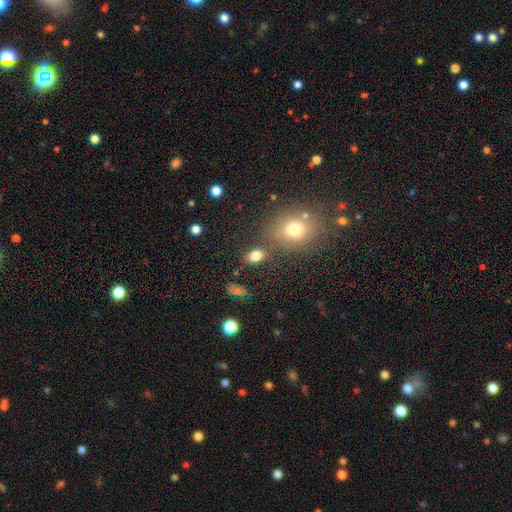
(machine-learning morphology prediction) smooth_or_featured: smooth (p=0.79) [alt: star or artifact p=0.13]
how_rounded: in between (p=0.75) [alt: round p=0.22]
merging: none (p=0.75) [alt: minor disturbance p=0.12]